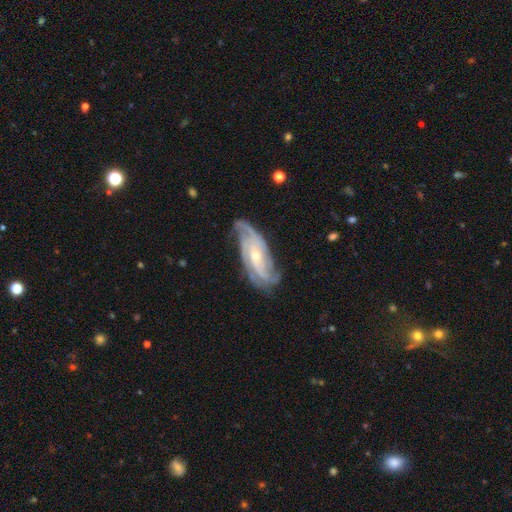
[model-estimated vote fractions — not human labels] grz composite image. It shows a featured or disk galaxy (88%) with no bar (61%), 3 (31%) tight (51%) spiral arms (97%) and a small central bulge (62%). Merging: none (70%).